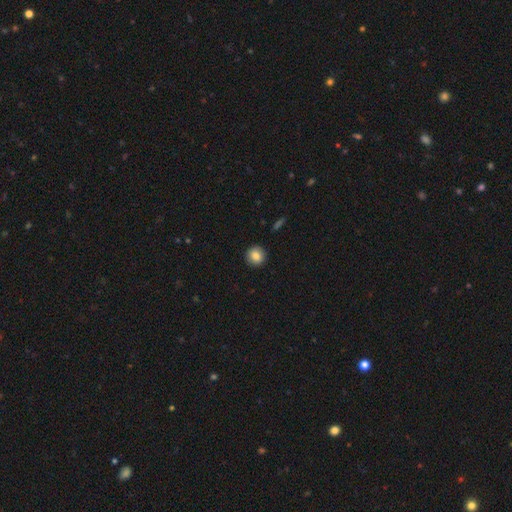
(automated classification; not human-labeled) This appears to be a smooth galaxy with no disk features (85%) that is round (93%). Merging: none (93%).